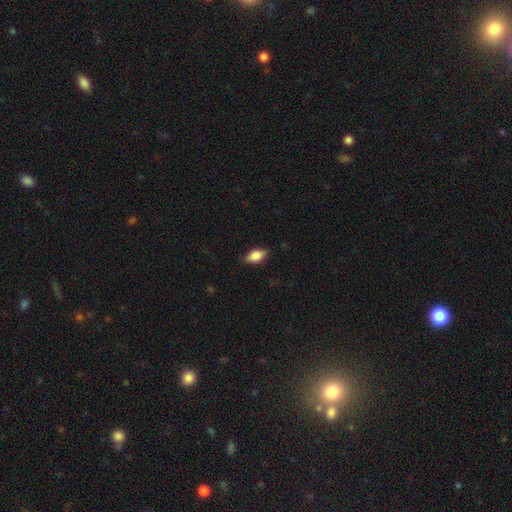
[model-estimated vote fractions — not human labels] smooth 77%, featured or disk 16%, star or artifact 7%. Down the decision tree: how rounded — in between (87%); merging — none (81%).